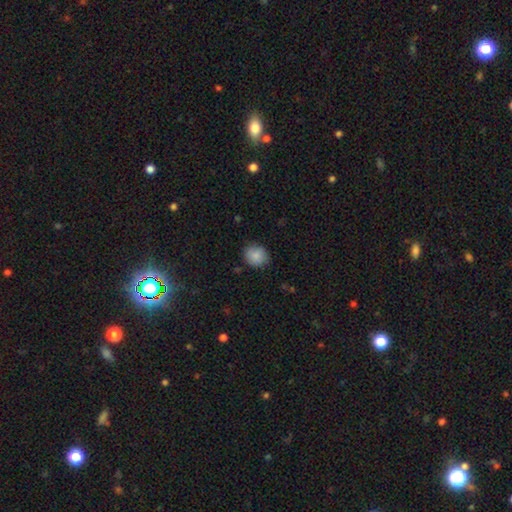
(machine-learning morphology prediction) Q: Smooth or featured?
A: smooth (88%); runner-up: star or artifact (8%)
Q: How rounded?
A: round (75%); runner-up: in between (24%)
Q: Merging?
A: none (84%); runner-up: minor disturbance (12%)